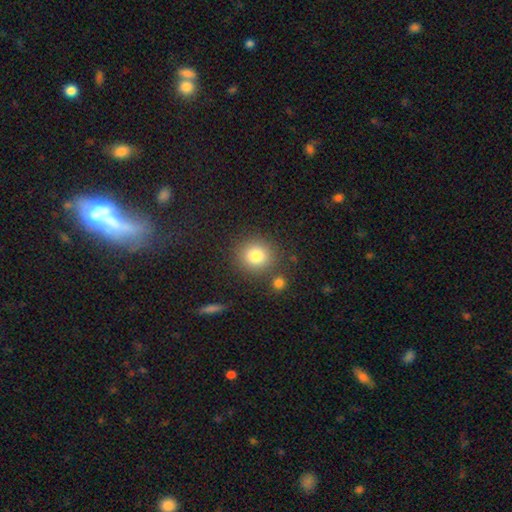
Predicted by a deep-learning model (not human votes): This is clearly a smooth galaxy (81%). How rounded: clearly round (88%). Merging: clearly none (82%).